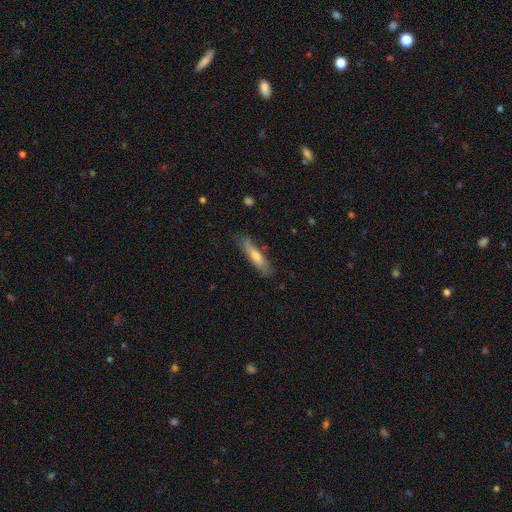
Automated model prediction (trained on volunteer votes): A smooth galaxy with no disk features (61%) that is cigar-shaped (82%). Merging: none (78%).